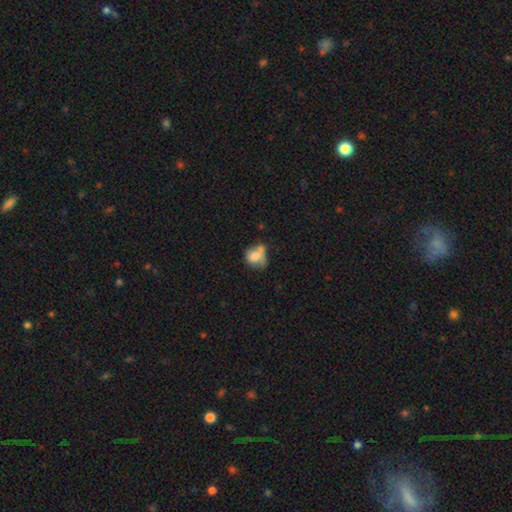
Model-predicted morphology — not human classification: Smooth or featured? smooth (74%)
How rounded? round (56%)
Merging? merger (30%, tied with none)